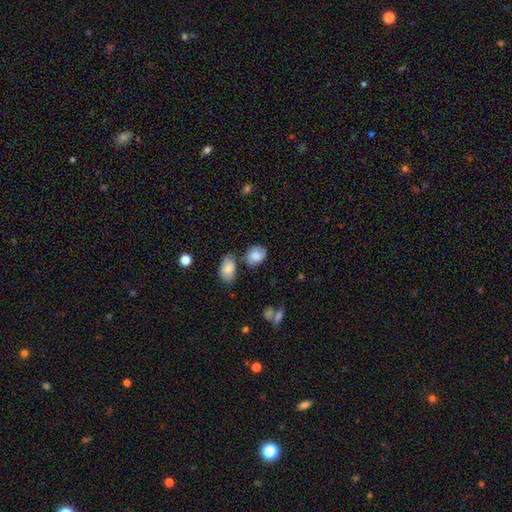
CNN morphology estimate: The model was most divided on "how rounded": in between: 54%, round: 45%, cigar-shaped: 1%. More confident: smooth or featured — smooth (74%); merging — none (57%).